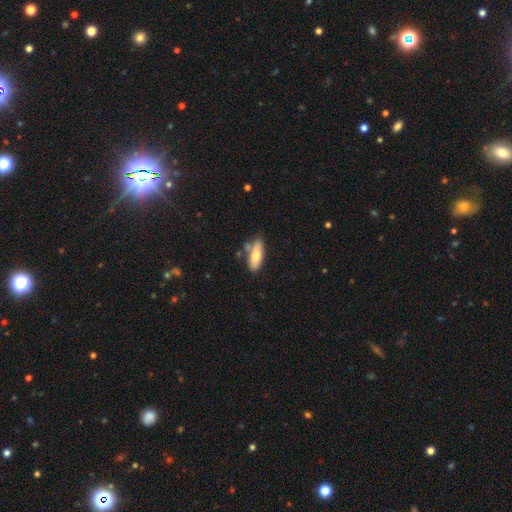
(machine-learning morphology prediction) Smooth or featured? Predicted: smooth (p=0.75). How rounded? Predicted: in between (p=0.63). Merging? Predicted: none (p=0.64).